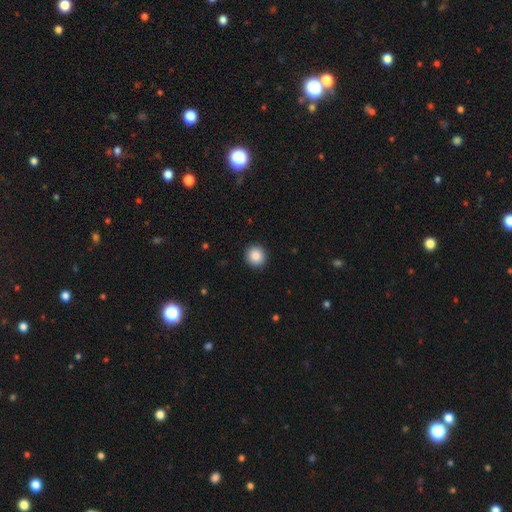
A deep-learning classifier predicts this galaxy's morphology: This is clearly a smooth galaxy (88%). How rounded: clearly round (91%). Merging: clearly none (92%).